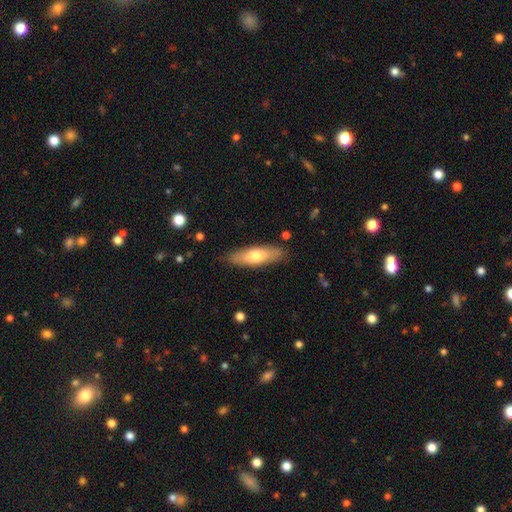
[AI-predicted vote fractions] smooth_or_featured: smooth (p=0.64) [alt: featured or disk p=0.31]
how_rounded: cigar-shaped (p=0.52) [alt: in between p=0.46]
merging: none (p=0.85) [alt: minor disturbance p=0.12]